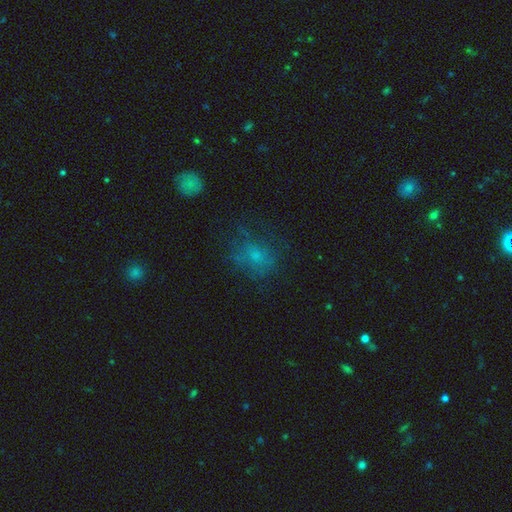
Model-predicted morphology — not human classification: smooth 56%, featured or disk 23%, star or artifact 21%. Down the decision tree: how rounded — round (60%); merging — none (55%).